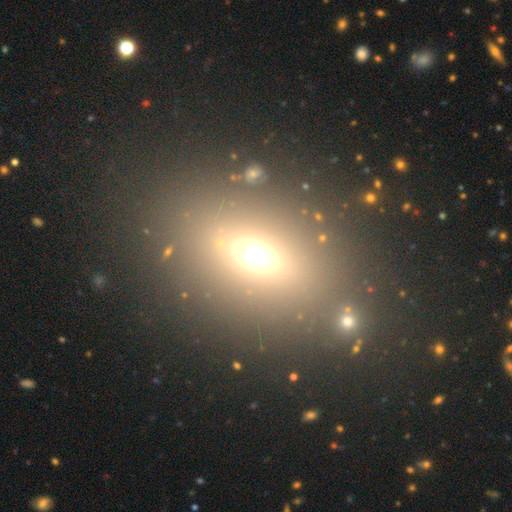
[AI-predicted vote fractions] Q: Smooth or featured?
A: smooth (58%); runner-up: star or artifact (25%)
Q: How rounded?
A: in between (72%); runner-up: round (24%)
Q: Merging?
A: none (80%); runner-up: minor disturbance (9%)